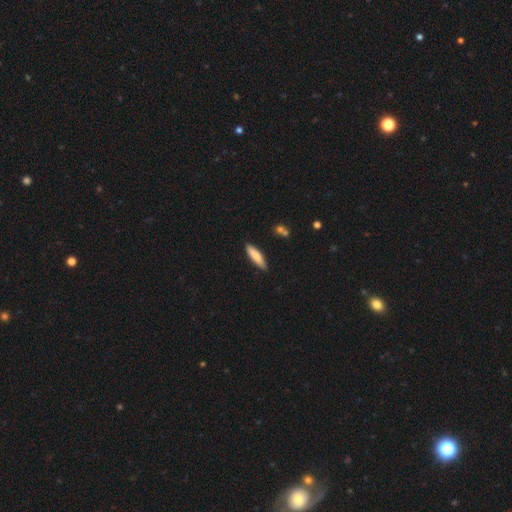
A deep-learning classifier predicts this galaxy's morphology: The model was most divided on "how rounded": cigar-shaped: 73%, in between: 25%, round: 1%. More confident: merging — none (86%); smooth or featured — smooth (79%).